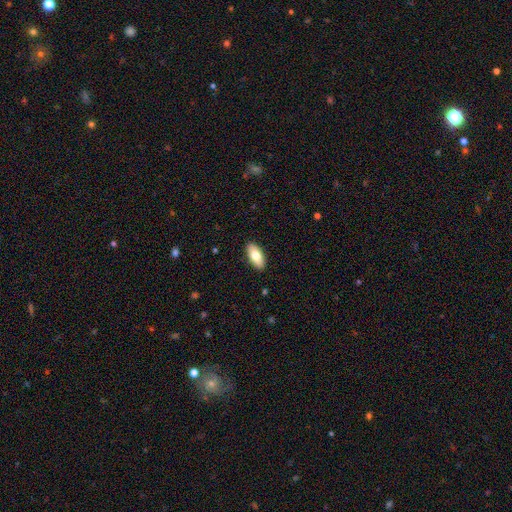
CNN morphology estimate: smooth-or-featured: smooth: 75% | featured or disk: 18% | star or artifact: 6%
  how-rounded: in between: 87% | cigar-shaped: 10% | round: 2%
  merging: none: 90% | minor disturbance: 7% | major disturbance: 2% | merger: 1%